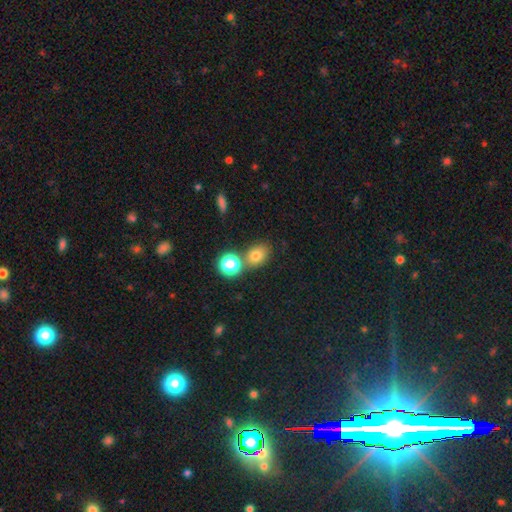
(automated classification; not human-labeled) A smooth galaxy with no disk features (73%) that is in between round and cigar-shaped (57%). Merging: none (64%).